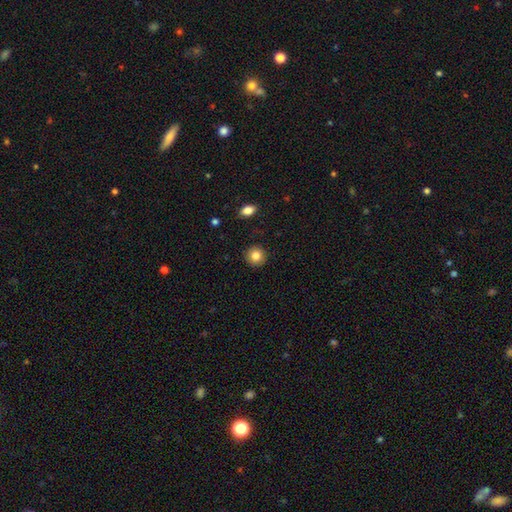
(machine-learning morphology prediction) This appears to be a smooth galaxy with no disk features (82%) that is round (92%). Merging: none (91%).